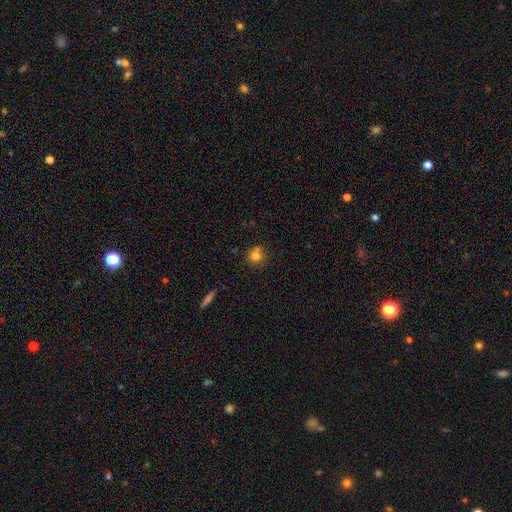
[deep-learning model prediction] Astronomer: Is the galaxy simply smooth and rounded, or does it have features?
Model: smooth — 76%.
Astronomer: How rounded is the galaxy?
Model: round — 90%.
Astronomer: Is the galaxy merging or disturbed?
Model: none — 65%.